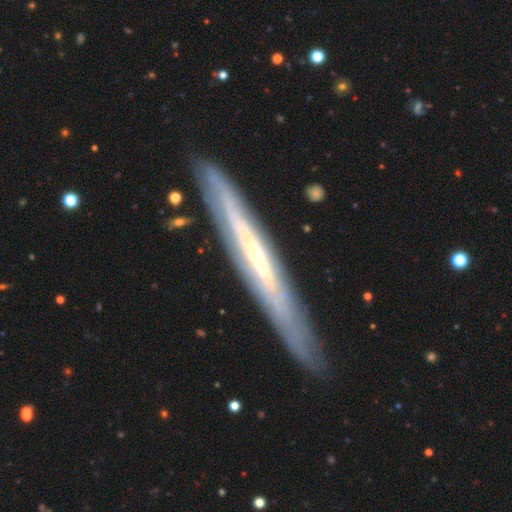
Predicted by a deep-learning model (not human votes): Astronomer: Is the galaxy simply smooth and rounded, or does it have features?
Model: featured or disk — 80%.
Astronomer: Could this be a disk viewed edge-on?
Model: yes — 80%.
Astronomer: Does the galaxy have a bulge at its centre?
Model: rounded — 56% (runner-up: none, 40%).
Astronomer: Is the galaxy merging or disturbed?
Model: none — 86%.